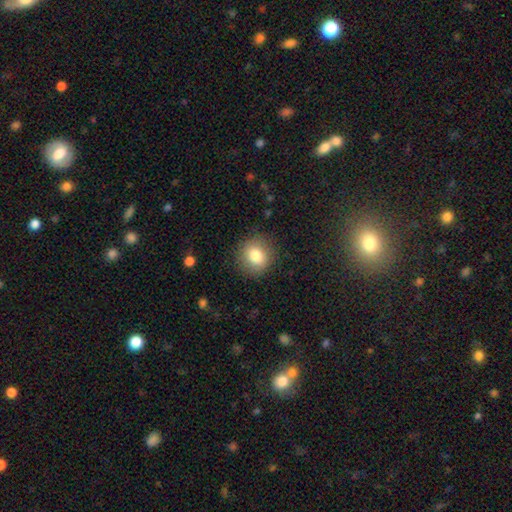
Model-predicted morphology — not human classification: Overall: smooth (81%). How rounded: round (84%). Merging: none (87%).